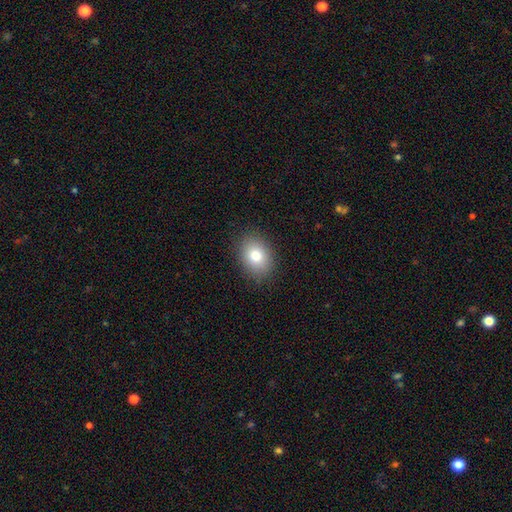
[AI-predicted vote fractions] A smooth galaxy with no disk features (80%) that is in between round and cigar-shaped (64%).

Vote fractions:
- Smooth or featured? smooth: 80% / star or artifact: 10% / featured or disk: 10%
- How rounded? in between: 64% / round: 35% / cigar-shaped: 1%
- Merging? none: 87% / minor disturbance: 9% / major disturbance: 3% / merger: 1%